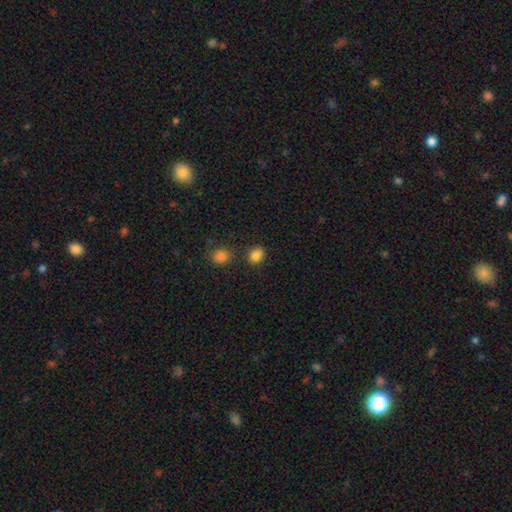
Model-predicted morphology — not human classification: A smooth galaxy with no disk features (83%) that is in between round and cigar-shaped (59%).

Vote fractions:
- Smooth or featured? smooth: 83% / star or artifact: 13% / featured or disk: 4%
- How rounded? in between: 59% / round: 39% / cigar-shaped: 1%
- Merging? none: 72% / minor disturbance: 15% / merger: 9% / major disturbance: 4%